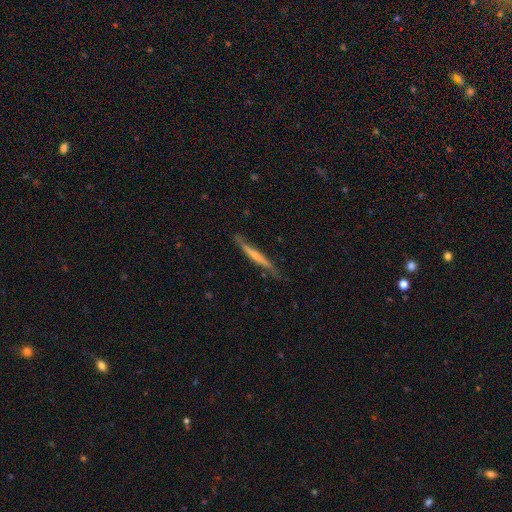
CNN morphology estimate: smooth_or_featured: featured or disk (p=0.59) [alt: smooth p=0.35]
disk_edge_on: yes (p=0.94) [alt: no p=0.06]
edge_on_bulge: none (p=0.46) [alt: rounded p=0.45]
merging: none (p=0.77) [alt: minor disturbance p=0.18]